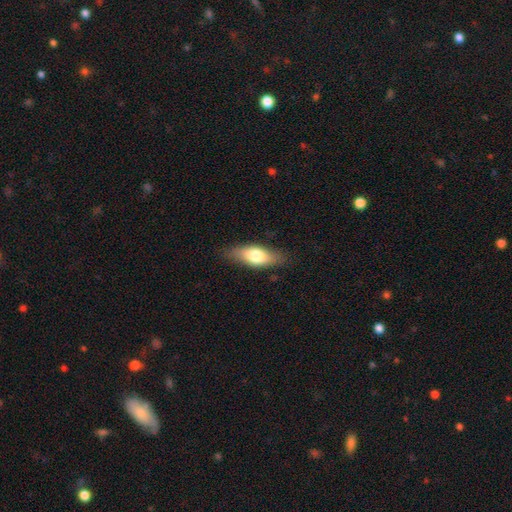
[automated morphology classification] Smooth or featured? Predicted: smooth (p=0.69). How rounded? Predicted: in between (p=0.73). Merging? Predicted: none (p=0.81).